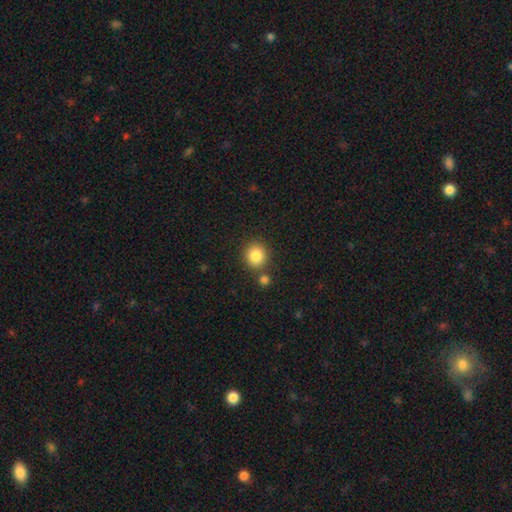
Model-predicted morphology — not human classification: smooth-or-featured: smooth: 85% | star or artifact: 9% | featured or disk: 5%
  how-rounded: round: 86% | in between: 13% | cigar-shaped: 1%
  merging: none: 76% | merger: 13% | minor disturbance: 9% | major disturbance: 3%